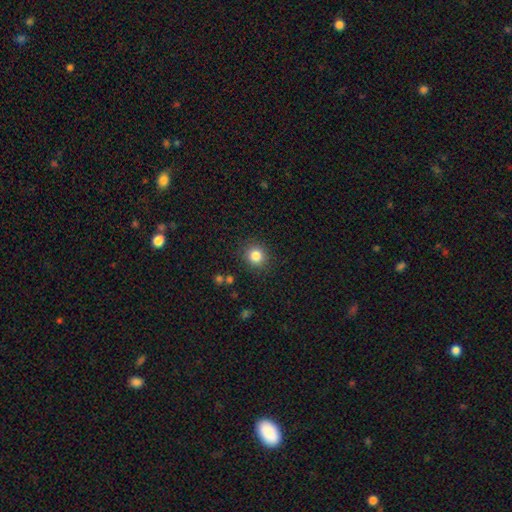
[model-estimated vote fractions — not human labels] This is clearly a smooth galaxy (83%). How rounded: clearly round (88%). Merging: clearly none (88%).